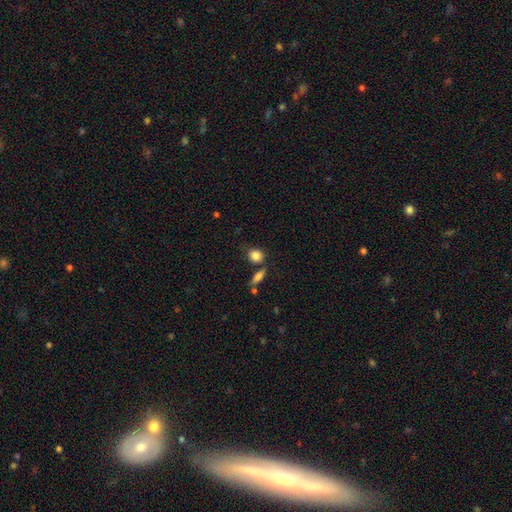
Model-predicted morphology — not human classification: A smooth galaxy with no disk features (85%) that is round (59%).

Vote fractions:
- Smooth or featured? smooth: 85% / star or artifact: 9% / featured or disk: 6%
- How rounded? round: 59% / in between: 38% / cigar-shaped: 3%
- Merging? none: 66% / minor disturbance: 16% / merger: 13% / major disturbance: 5%